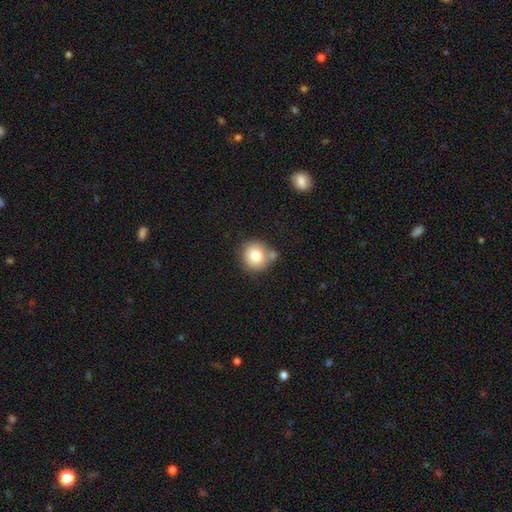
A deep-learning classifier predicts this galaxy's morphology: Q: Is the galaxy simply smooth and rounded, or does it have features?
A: smooth — 79%.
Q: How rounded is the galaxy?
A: round — 91%.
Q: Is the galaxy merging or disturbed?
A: none — 62%.